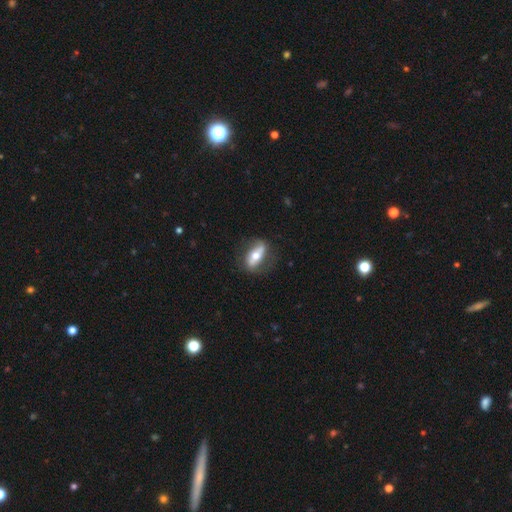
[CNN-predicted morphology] This appears to be a featured or disk galaxy (53%). Merging: none (75%).